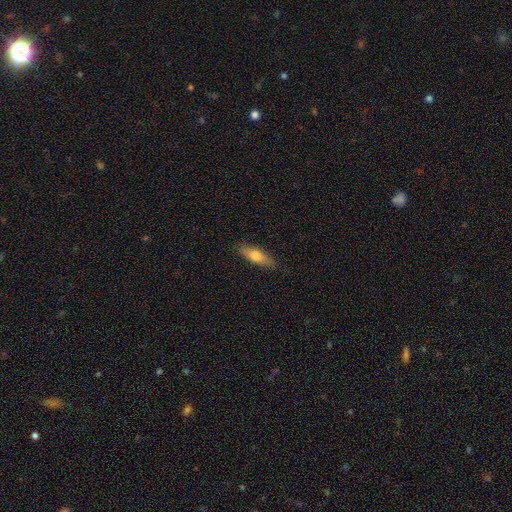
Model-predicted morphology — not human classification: Q: Smooth or featured?
A: smooth (71%); runner-up: featured or disk (23%)
Q: How rounded?
A: in between (53%); runner-up: cigar-shaped (44%)
Q: Merging?
A: none (85%); runner-up: minor disturbance (12%)